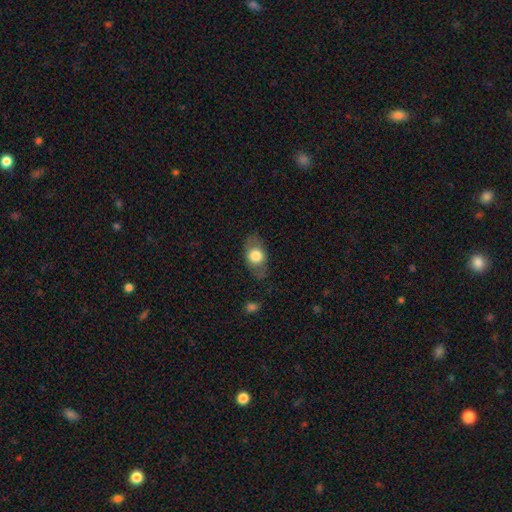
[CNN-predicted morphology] The model was most divided on "smooth or featured": smooth: 68%, featured or disk: 25%, star or artifact: 7%. More confident: how rounded — in between (79%); merging — none (74%).